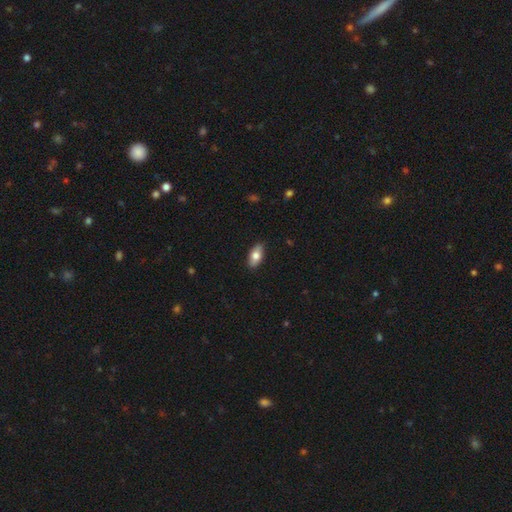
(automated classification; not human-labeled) smooth 74%, featured or disk 20%, star or artifact 6%. Down the decision tree: how rounded — in between (88%); merging — none (88%).